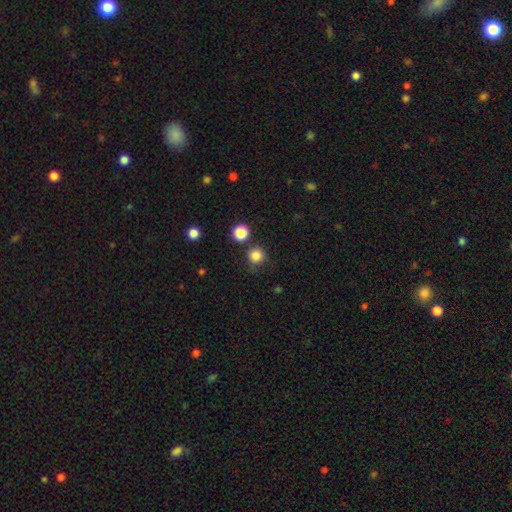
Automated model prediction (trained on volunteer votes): Smooth or featured: smooth — 84% (star or artifact — 12%)
How rounded: round — 95% (in between — 4%)
Merging: none — 83% (minor disturbance — 9%)